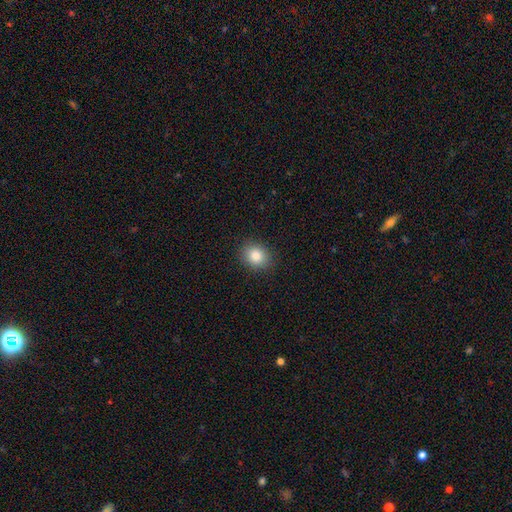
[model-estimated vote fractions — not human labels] Overall: smooth (84%). How rounded: round (59%; in between 40%). Merging: none (89%).